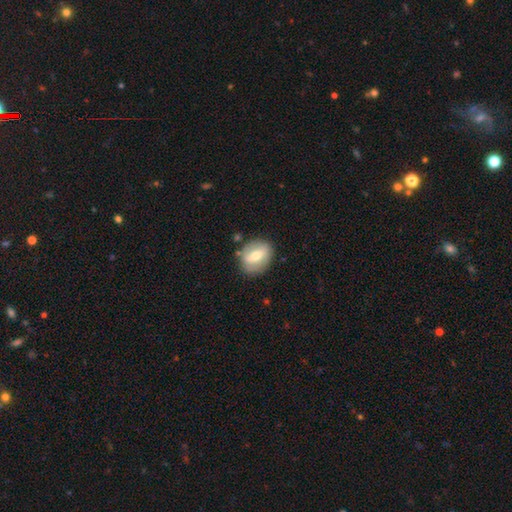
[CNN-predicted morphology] smooth-or-featured: smooth: 52% | featured or disk: 41% | star or artifact: 7%
  how-rounded: in between: 51% | round: 47% | cigar-shaped: 2%
  merging: none: 80% | minor disturbance: 14% | major disturbance: 4% | merger: 3%